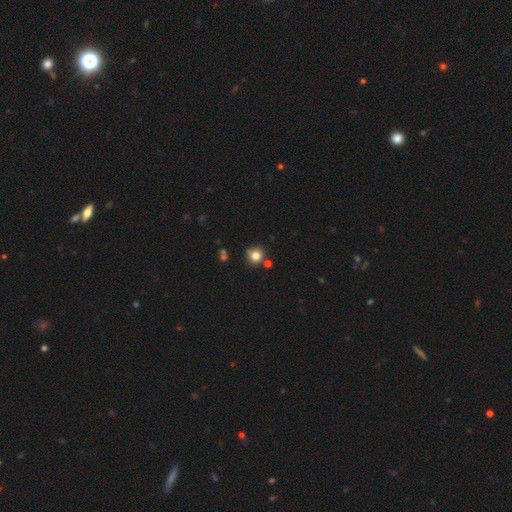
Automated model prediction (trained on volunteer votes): This appears to be a smooth galaxy with no disk features (81%) that is round (89%). Merging: none (78%).